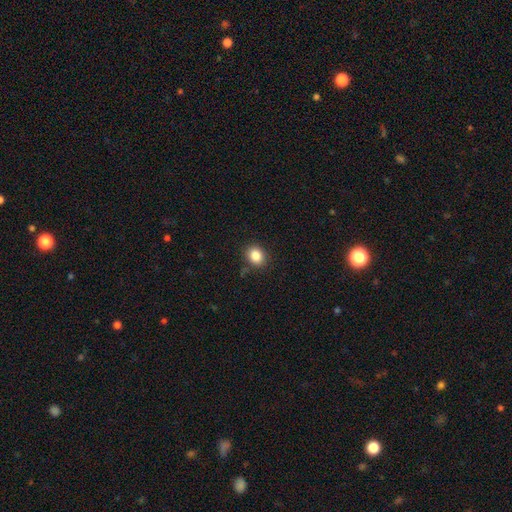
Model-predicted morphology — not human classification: Overall: smooth (85%). How rounded: round (64%; in between 35%). Merging: none (86%).